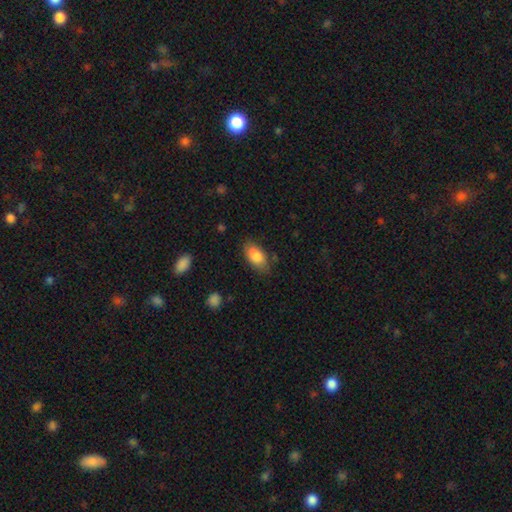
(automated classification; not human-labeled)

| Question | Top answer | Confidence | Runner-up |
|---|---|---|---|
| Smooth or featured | smooth | 86% | featured or disk (7%) |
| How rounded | in between | 91% | cigar-shaped (6%) |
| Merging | none | 76% | minor disturbance (18%) |